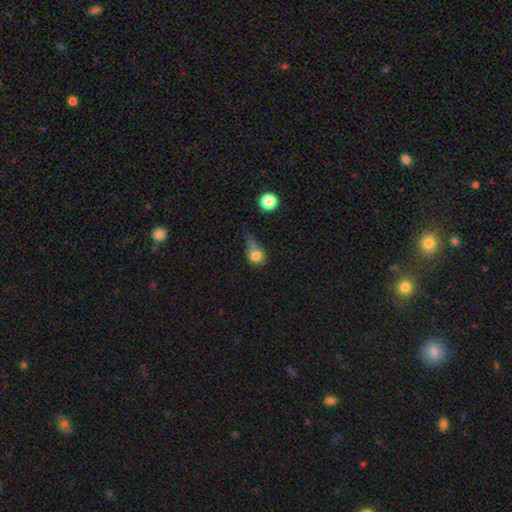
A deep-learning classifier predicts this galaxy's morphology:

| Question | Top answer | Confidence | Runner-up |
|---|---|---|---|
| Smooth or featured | smooth | 73% | featured or disk (15%) |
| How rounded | round | 52% | in between (44%) |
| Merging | major disturbance | 35% | minor disturbance (28%) |